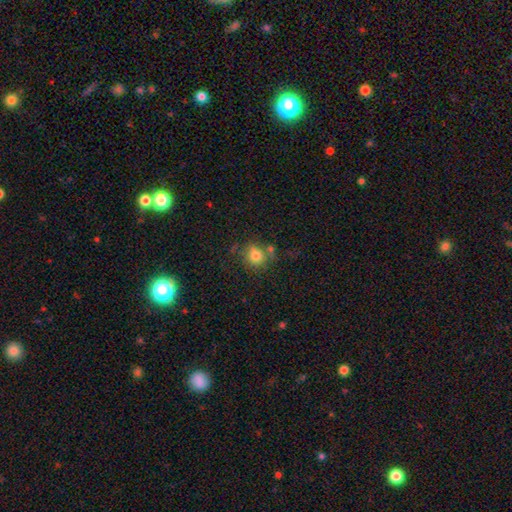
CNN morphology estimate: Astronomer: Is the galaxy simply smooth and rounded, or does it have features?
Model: smooth — 78%.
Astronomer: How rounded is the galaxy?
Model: round — 78%.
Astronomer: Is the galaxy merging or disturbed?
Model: none — 59%.